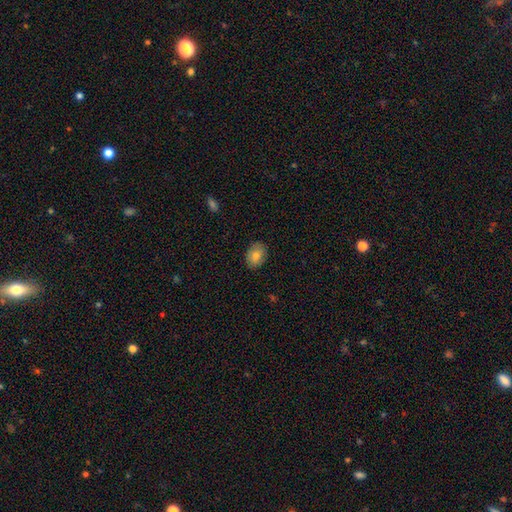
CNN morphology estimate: Q: Smooth or featured?
A: smooth (80%); runner-up: featured or disk (13%)
Q: How rounded?
A: in between (73%); runner-up: round (26%)
Q: Merging?
A: none (86%); runner-up: minor disturbance (11%)